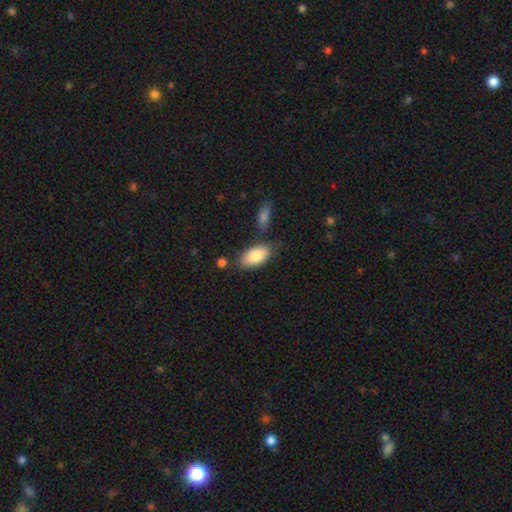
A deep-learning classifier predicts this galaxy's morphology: smooth 83%, featured or disk 11%, star or artifact 6%. Down the decision tree: how rounded — in between (93%); merging — none (73%).